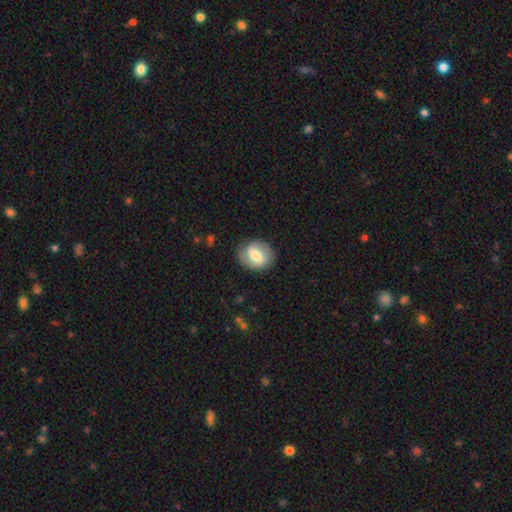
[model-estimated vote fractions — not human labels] Overall: featured or disk (57%; smooth 36%). Edge-on disk: no (96%). Bar: weak (47%; strong 35%). Spiral arms: yes (79%). Bulge size: moderate (58%; small 21%). Merging: none (76%).